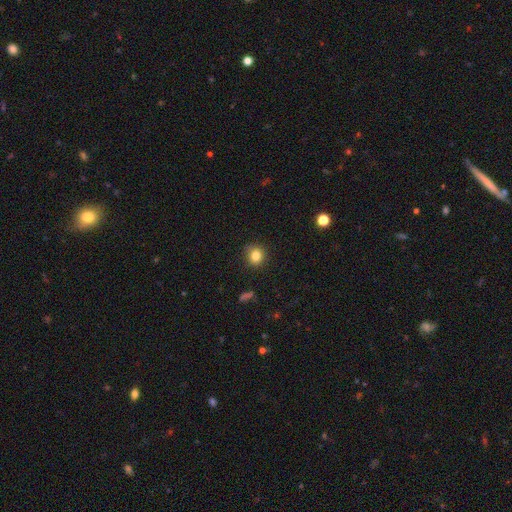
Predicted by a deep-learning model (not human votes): Q: Smooth or featured?
A: smooth (81%); runner-up: star or artifact (12%)
Q: How rounded?
A: round (88%); runner-up: in between (11%)
Q: Merging?
A: none (85%); runner-up: minor disturbance (12%)